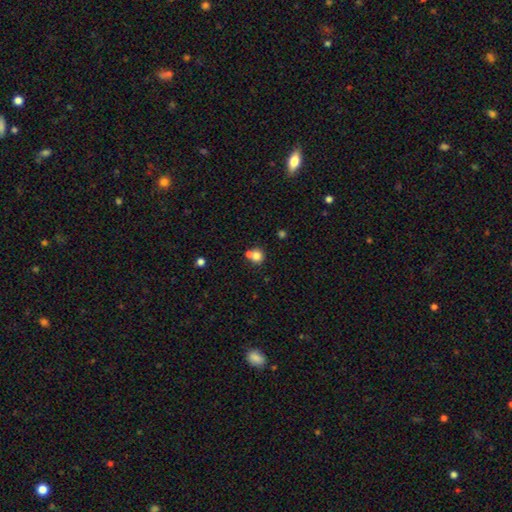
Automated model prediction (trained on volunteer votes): Morphology: type=smooth (79%); roundness=round (87%); merging=none (51%).